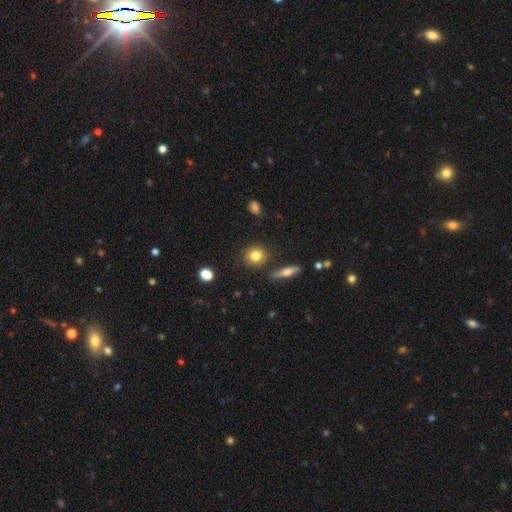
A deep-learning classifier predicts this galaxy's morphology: Smooth or featured: smooth — 80% (featured or disk — 10%)
How rounded: round — 77% (in between — 20%)
Merging: none — 84% (minor disturbance — 8%)